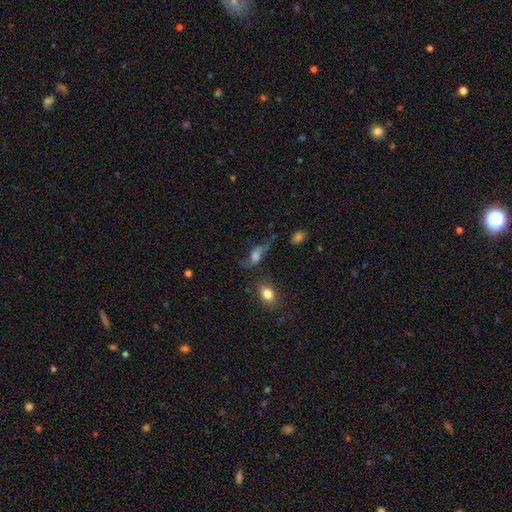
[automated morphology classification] Smooth or featured?
  - featured or disk: 46% *
  - smooth: 38%
  - star or artifact: 16%
Merging?
  - none: 43% *
  - major disturbance: 27%
  - minor disturbance: 23%
  - merger: 8%